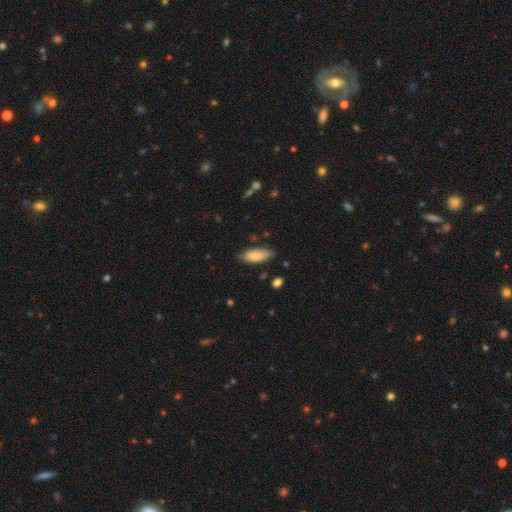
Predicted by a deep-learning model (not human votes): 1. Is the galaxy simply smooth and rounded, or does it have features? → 78% smooth, 15% featured or disk, 6% star or artifact.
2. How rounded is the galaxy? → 78% in between, 21% cigar-shaped, 2% round.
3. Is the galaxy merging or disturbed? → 76% none, 19% minor disturbance, 3% major disturbance, 2% merger.